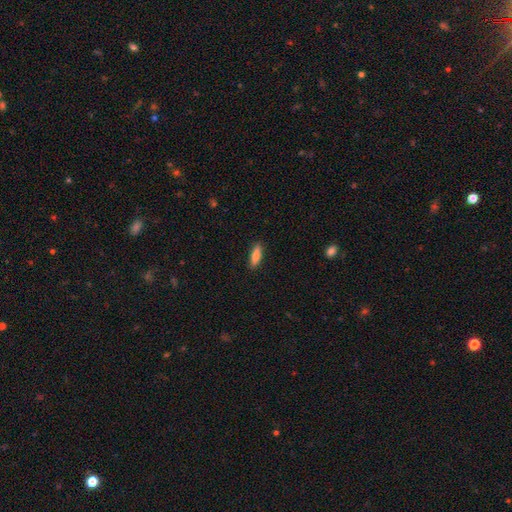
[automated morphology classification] This is likely a smooth galaxy (79%). How rounded: possibly cigar-shaped (50%). Merging: clearly none (89%).